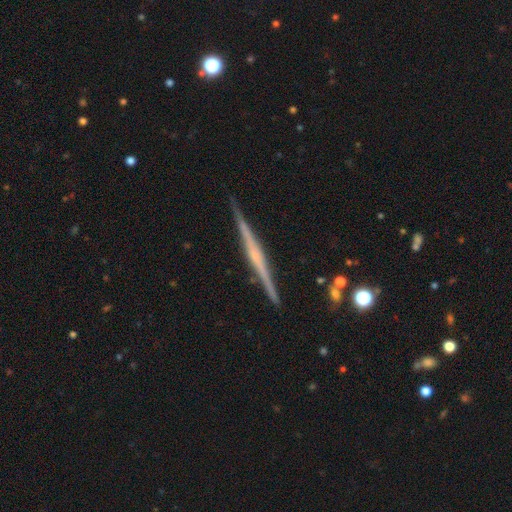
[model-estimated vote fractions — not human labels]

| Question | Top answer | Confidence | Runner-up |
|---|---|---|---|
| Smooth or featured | featured or disk | 79% | smooth (16%) |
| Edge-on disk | yes | 98% | no (2%) |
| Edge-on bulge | none | 44% | rounded (40%) |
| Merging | none | 90% | minor disturbance (7%) |